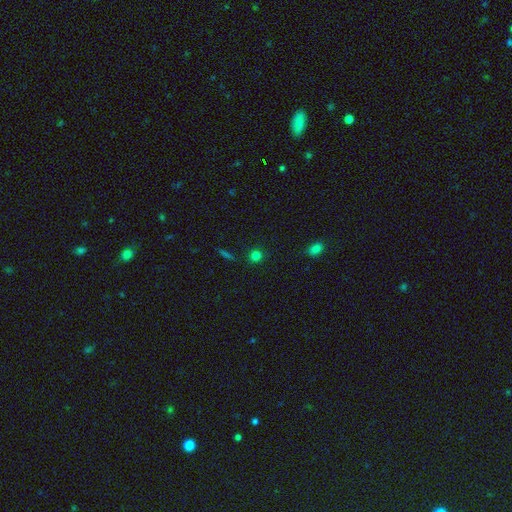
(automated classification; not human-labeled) Q: Smooth or featured?
A: smooth (79%); runner-up: star or artifact (16%)
Q: How rounded?
A: round (90%); runner-up: in between (9%)
Q: Merging?
A: none (88%); runner-up: minor disturbance (7%)